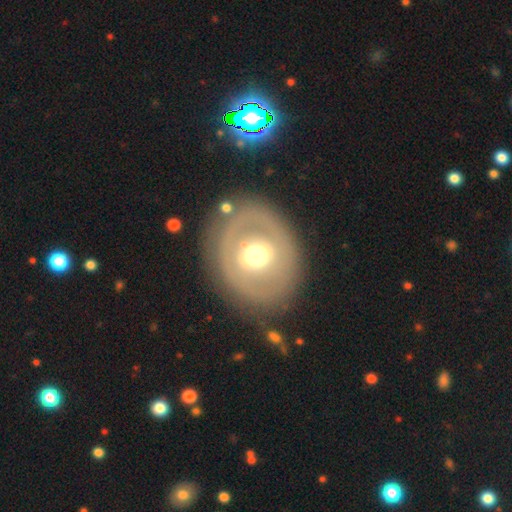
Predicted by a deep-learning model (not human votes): The model was most divided on "smooth or featured": featured or disk: 55%, smooth: 37%, star or artifact: 8%. More confident: edge-on disk — no (93%); spiral arms — no (83%); merging — none (77%); bar — no (58%); bulge size — moderate (57%).